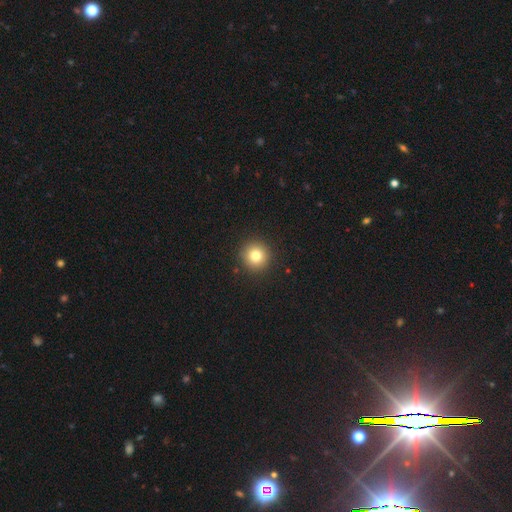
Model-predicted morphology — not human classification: This is likely a smooth galaxy (80%). How rounded: clearly round (95%). Merging: clearly none (92%).